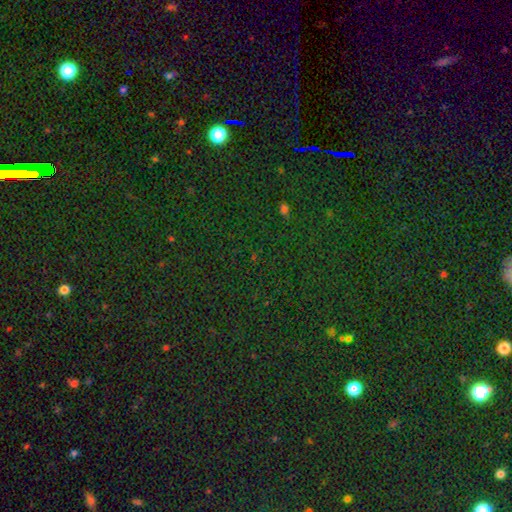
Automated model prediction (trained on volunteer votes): This is clearly a star or artifact rather than a galaxy (80%).